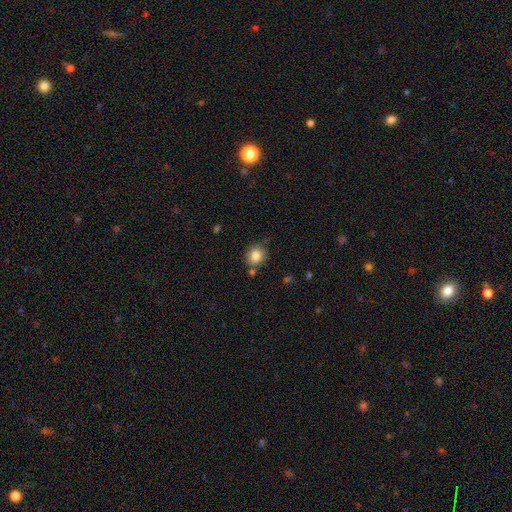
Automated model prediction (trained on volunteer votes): smooth_or_featured: smooth (p=0.84) [alt: star or artifact p=0.10]
how_rounded: round (p=0.81) [alt: in between p=0.18]
merging: none (p=0.77) [alt: minor disturbance p=0.13]